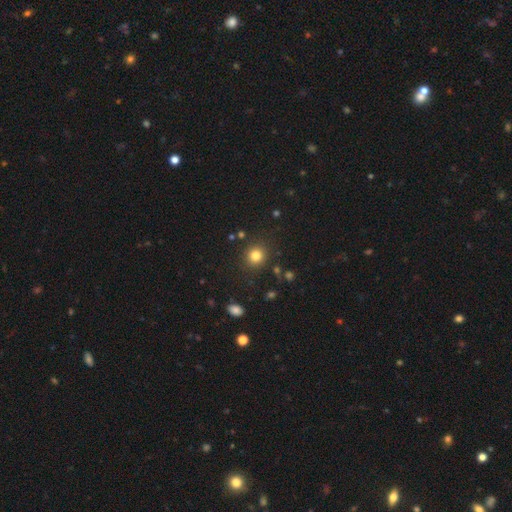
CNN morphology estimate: A smooth galaxy with no disk features (81%) that is round (89%). Merging: none (88%).